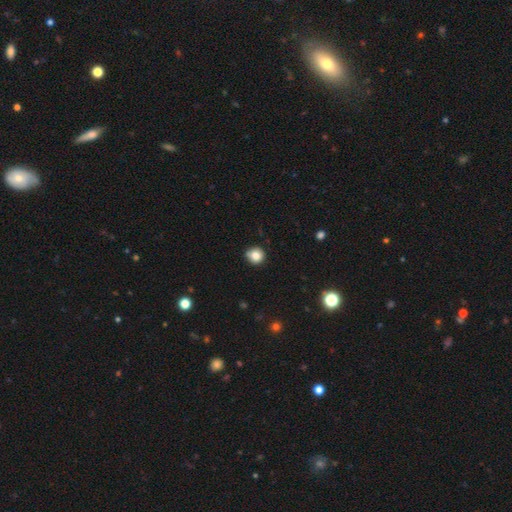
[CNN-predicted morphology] smooth-or-featured: smooth: 82% | star or artifact: 11% | featured or disk: 7%
  how-rounded: round: 90% | in between: 9% | cigar-shaped: 1%
  merging: none: 80% | minor disturbance: 15% | major disturbance: 3% | merger: 2%